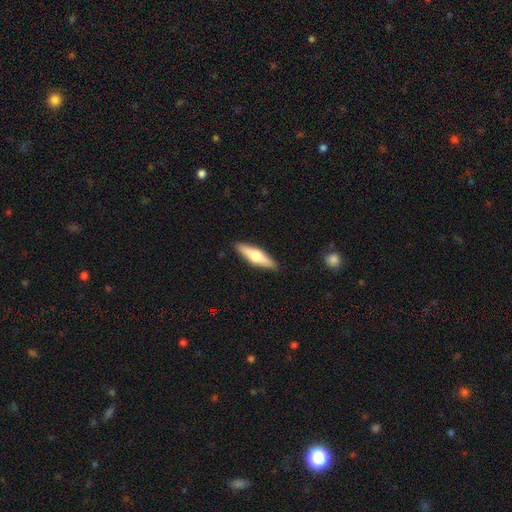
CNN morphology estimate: This is possibly a featured or disk galaxy (50%). Merging: clearly none (90%).